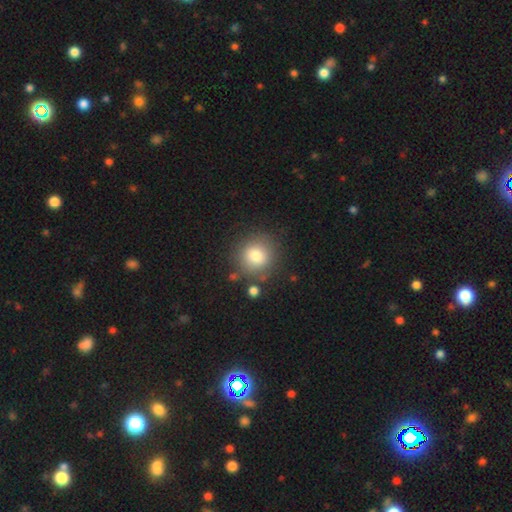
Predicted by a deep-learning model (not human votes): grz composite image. It shows a smooth galaxy with no disk features (79%) that is round (91%). Merging: none (80%).